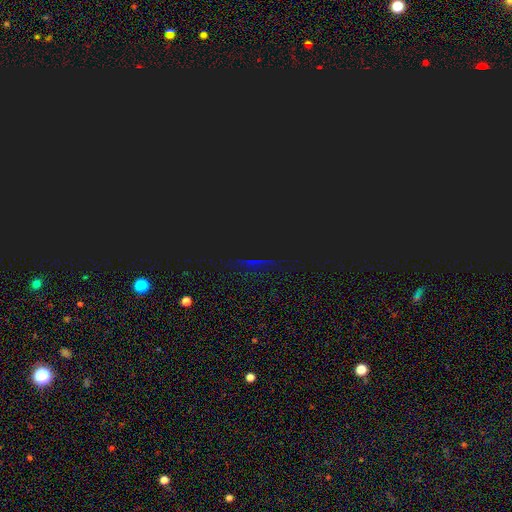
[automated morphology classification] Smooth or featured? star or artifact (82%)